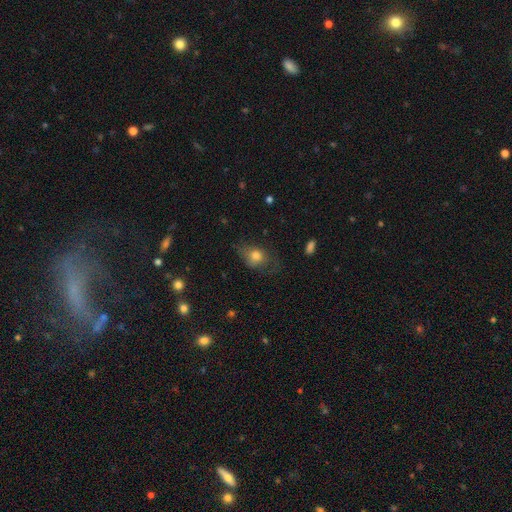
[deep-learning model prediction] smooth 72%, featured or disk 18%, star or artifact 10%. Down the decision tree: how rounded — in between (60%); merging — none (47%).